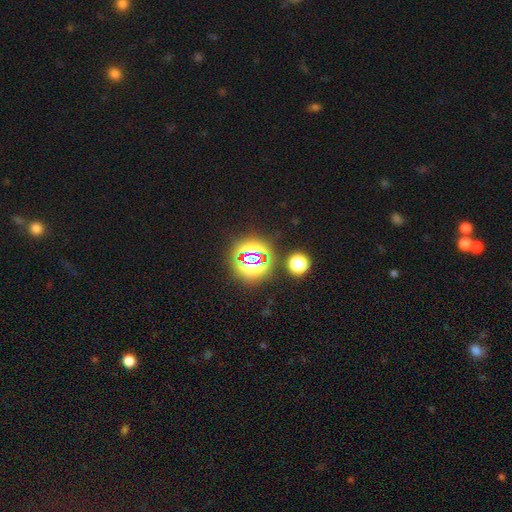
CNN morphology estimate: Smooth or featured? star or artifact (74%)